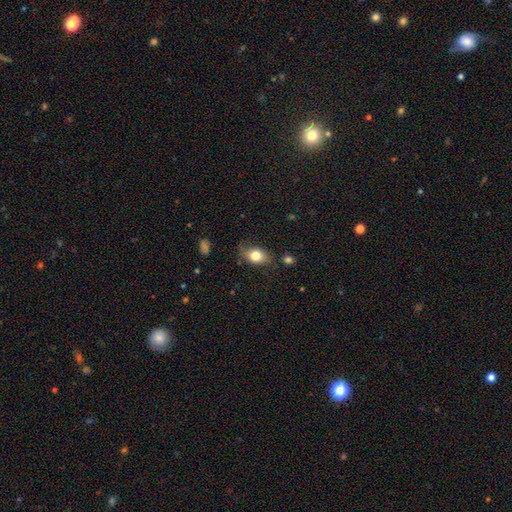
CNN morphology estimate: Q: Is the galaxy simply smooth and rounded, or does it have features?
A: smooth — 77%.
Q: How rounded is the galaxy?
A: in between — 75%.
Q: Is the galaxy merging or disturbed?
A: none — 65%.